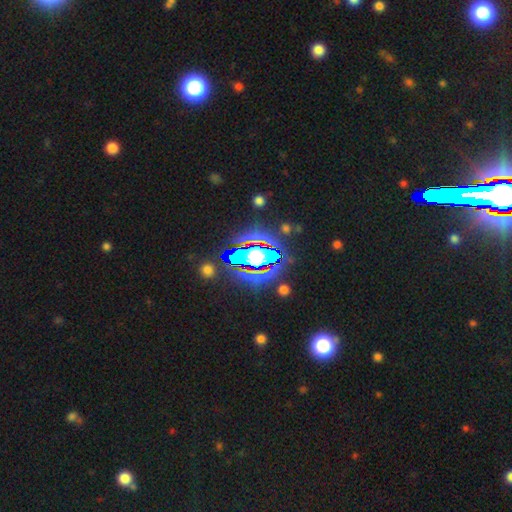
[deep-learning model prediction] smooth_or_featured: star or artifact (p=0.59) [alt: smooth p=0.23]